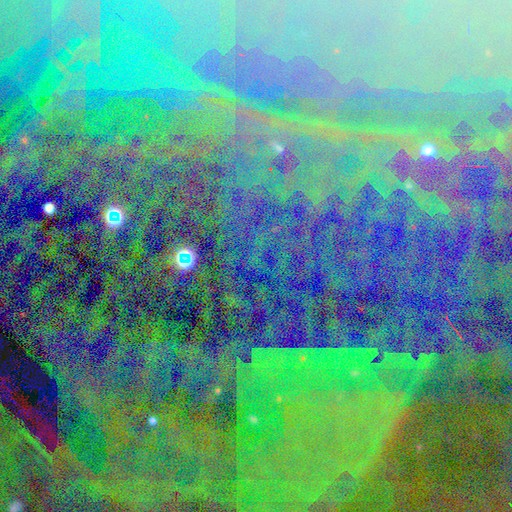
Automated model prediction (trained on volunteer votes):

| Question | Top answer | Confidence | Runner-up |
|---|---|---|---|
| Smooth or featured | star or artifact | 85% | smooth (8%) |